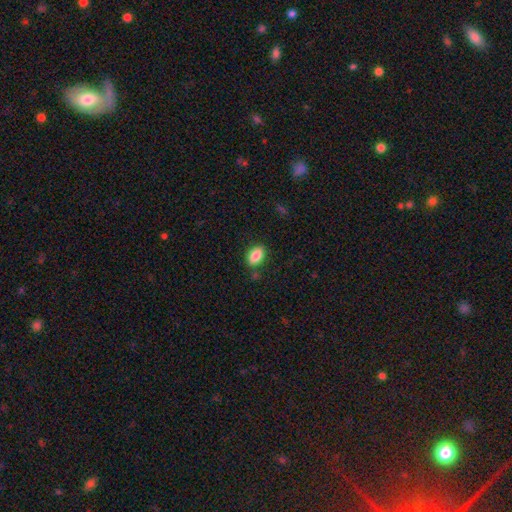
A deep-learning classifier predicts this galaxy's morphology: Smooth or featured: smooth — 86% (star or artifact — 8%)
How rounded: in between — 89% (round — 8%)
Merging: none — 82% (minor disturbance — 12%)